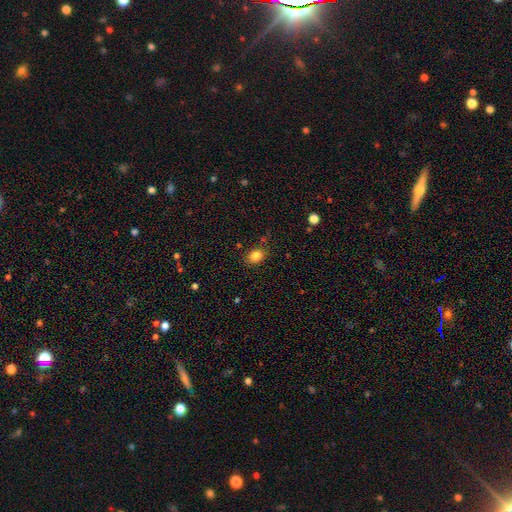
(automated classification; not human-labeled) Q: Smooth or featured?
A: smooth (84%); runner-up: star or artifact (10%)
Q: How rounded?
A: in between (60%); runner-up: round (39%)
Q: Merging?
A: none (79%); runner-up: minor disturbance (14%)